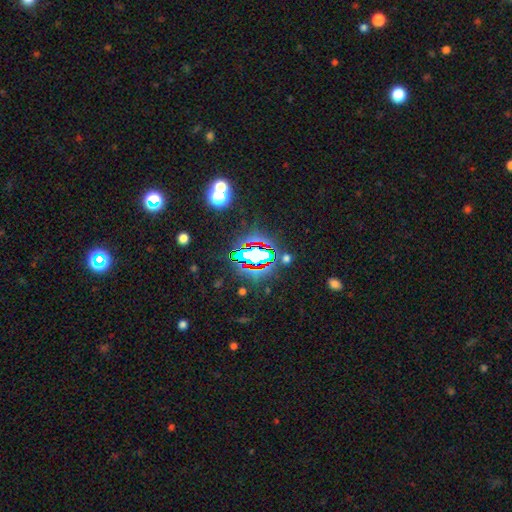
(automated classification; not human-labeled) star or artifact 68%, smooth 19%, featured or disk 13%.